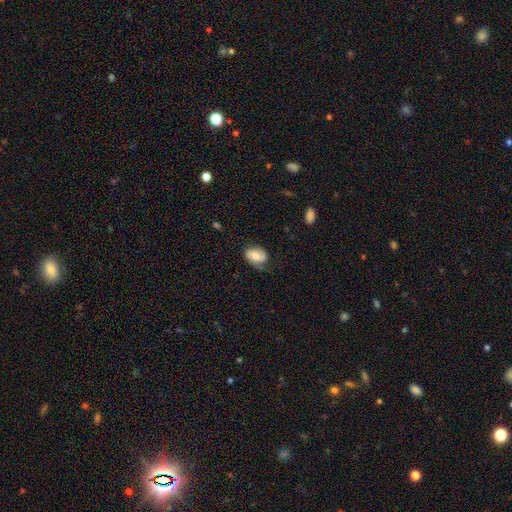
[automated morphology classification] Overall: smooth (50%; featured or disk 42%). How rounded: in between (79%). Merging: none (56%; minor disturbance 30%).